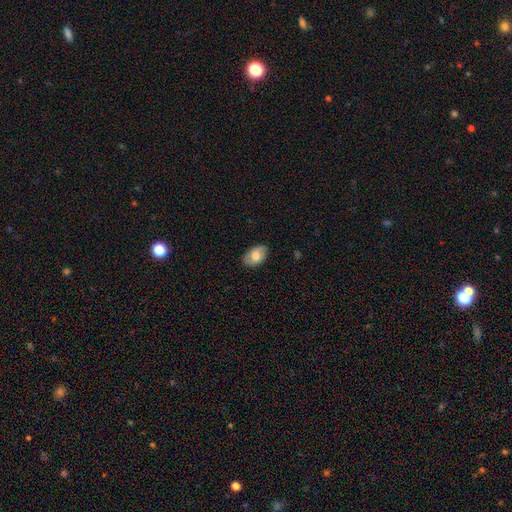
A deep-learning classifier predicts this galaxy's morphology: This appears to be a smooth galaxy with no disk features (71%) that is in between round and cigar-shaped (90%). Merging: none (84%).